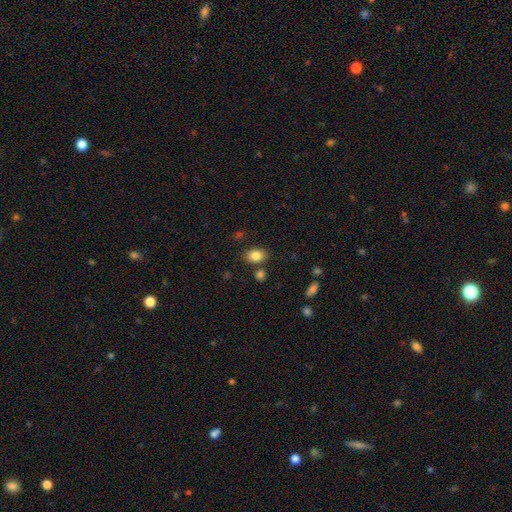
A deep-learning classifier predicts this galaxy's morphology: smooth 84%, star or artifact 9%, featured or disk 7%. Down the decision tree: how rounded — in between (75%); merging — none (78%).